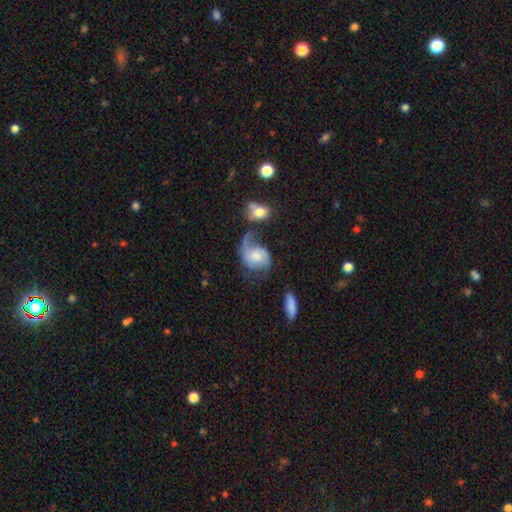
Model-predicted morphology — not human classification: A featured or disk galaxy (72%) with no bar (59%), 2 (79%) loose (52%) spiral arms (91%) and a moderate central bulge (38%). Merging: none (34%).